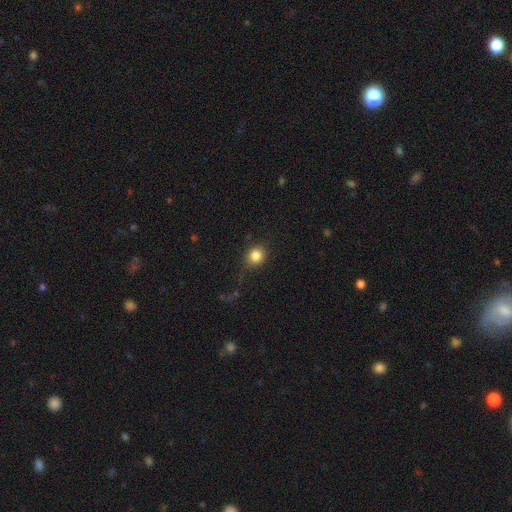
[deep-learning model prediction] Q: Smooth or featured?
A: smooth (83%); runner-up: star or artifact (11%)
Q: How rounded?
A: round (84%); runner-up: in between (15%)
Q: Merging?
A: none (75%); runner-up: minor disturbance (15%)